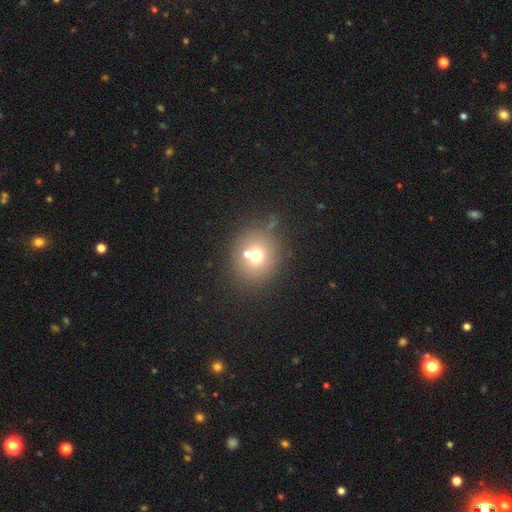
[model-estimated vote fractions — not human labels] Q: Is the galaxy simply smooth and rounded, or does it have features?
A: smooth — 66%.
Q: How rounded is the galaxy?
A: round — 83%.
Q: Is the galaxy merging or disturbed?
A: none — 64%.